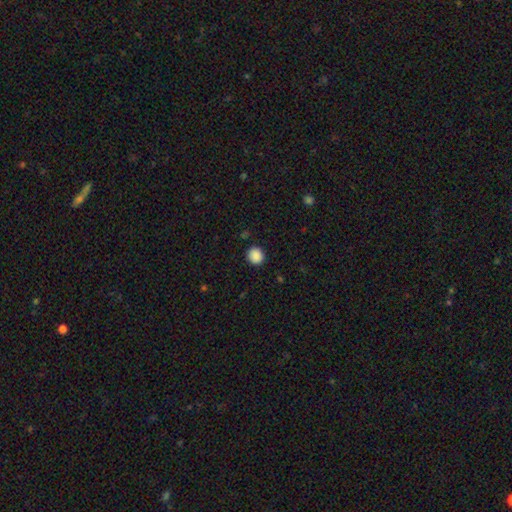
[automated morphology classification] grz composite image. It shows a smooth galaxy with no disk features (89%) that is round (84%). Merging: none (90%).